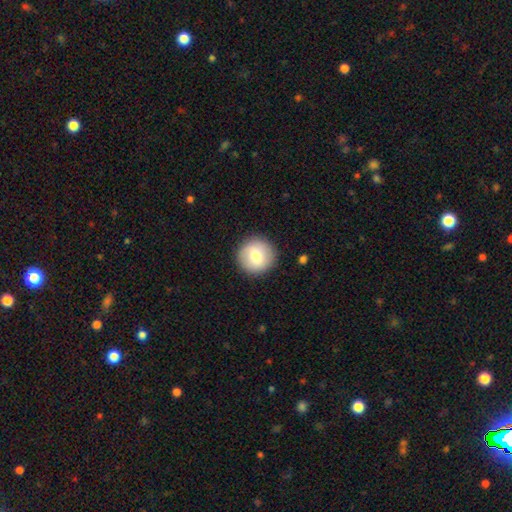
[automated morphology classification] type=smooth (70%); roundness=round (95%); merging=none (90%).